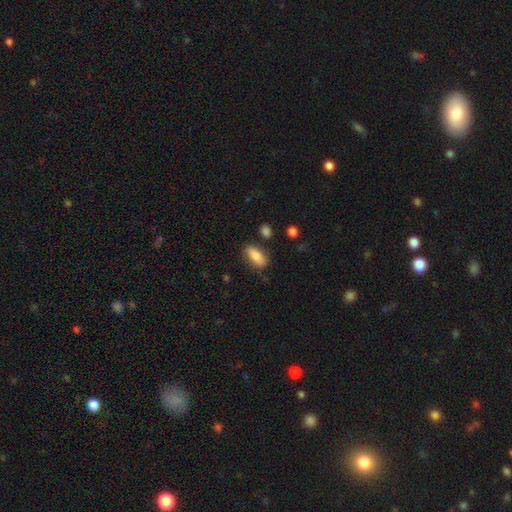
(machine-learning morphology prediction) smooth-or-featured: smooth: 83% | featured or disk: 10% | star or artifact: 7%
  how-rounded: in between: 84% | cigar-shaped: 13% | round: 3%
  merging: none: 79% | minor disturbance: 14% | major disturbance: 3% | merger: 3%